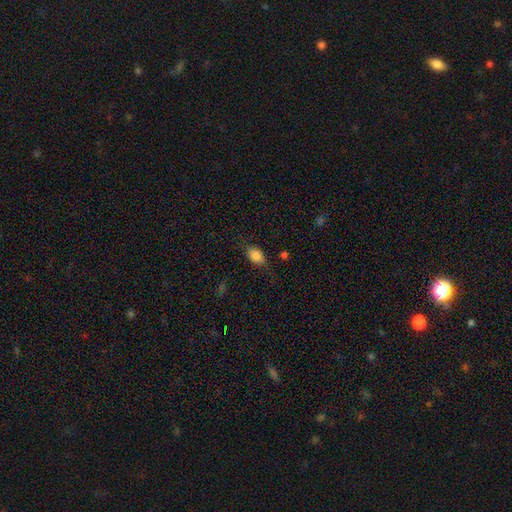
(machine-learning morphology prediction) This is likely a smooth galaxy (80%). How rounded: likely in between (76%). Merging: likely none (68%).